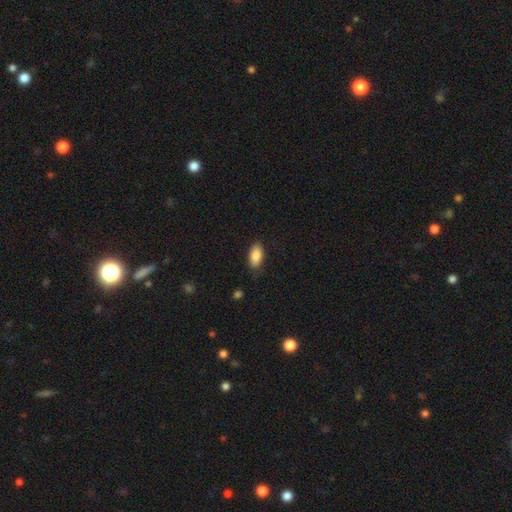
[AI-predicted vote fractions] Smooth or featured? smooth (87%)
How rounded? in between (91%)
Merging? none (81%)